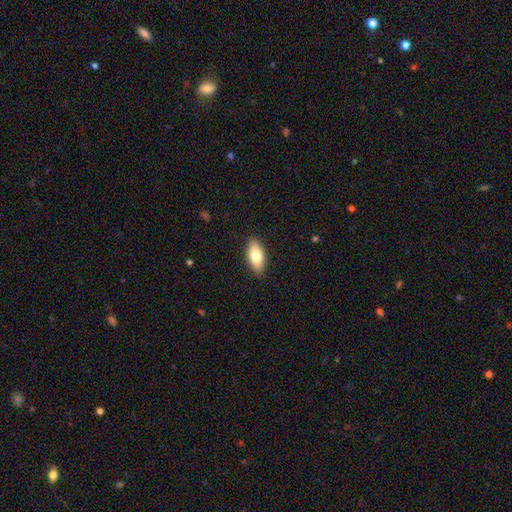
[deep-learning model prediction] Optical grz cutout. It shows a smooth galaxy with no disk features (74%) that is in between round and cigar-shaped (84%). Merging: none (89%).